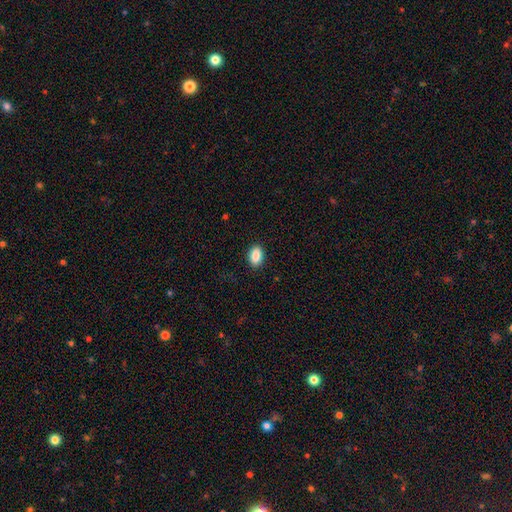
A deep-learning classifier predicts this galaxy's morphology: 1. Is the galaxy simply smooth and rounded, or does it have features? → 88% smooth, 8% star or artifact, 4% featured or disk.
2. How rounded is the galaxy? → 88% in between, 11% round, 2% cigar-shaped.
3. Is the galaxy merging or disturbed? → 89% none, 8% minor disturbance, 2% major disturbance, 1% merger.